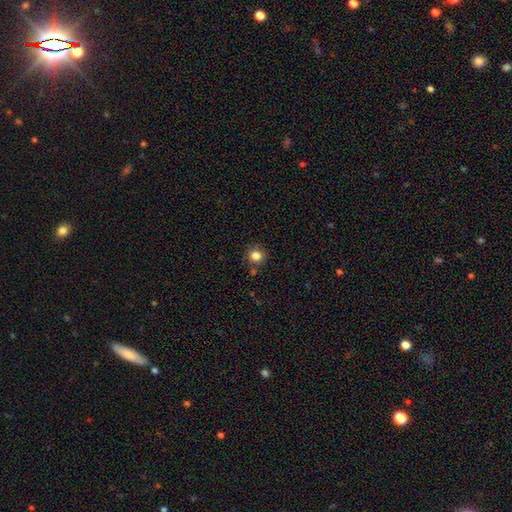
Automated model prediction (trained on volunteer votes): smooth_or_featured: smooth (p=0.83) [alt: star or artifact p=0.12]
how_rounded: round (p=0.87) [alt: in between p=0.12]
merging: none (p=0.81) [alt: minor disturbance p=0.11]